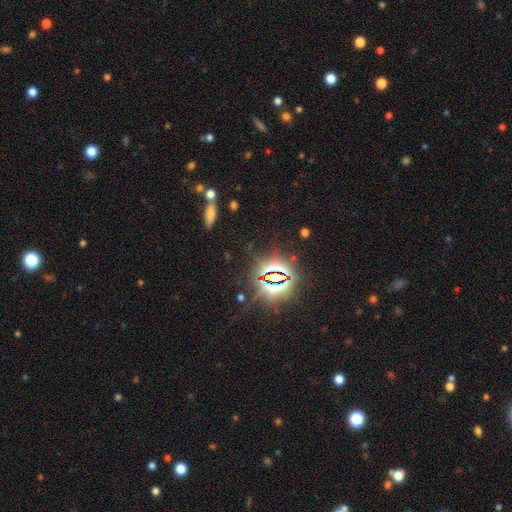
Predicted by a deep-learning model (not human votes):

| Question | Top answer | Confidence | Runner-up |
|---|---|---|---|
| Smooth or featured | star or artifact | 80% | smooth (12%) |